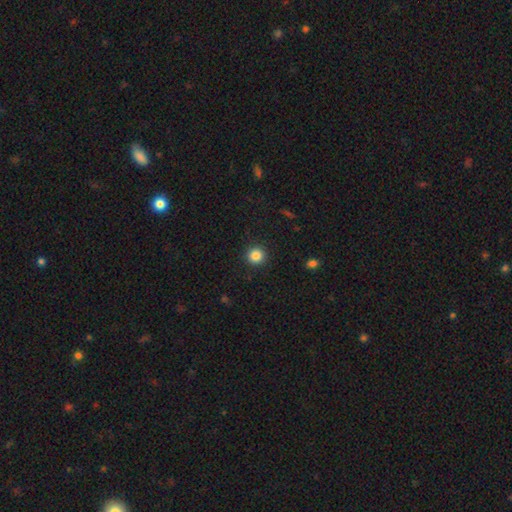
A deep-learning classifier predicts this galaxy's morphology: A smooth galaxy with no disk features (85%) that is round (94%).

Vote fractions:
- Smooth or featured? smooth: 85% / star or artifact: 11% / featured or disk: 4%
- How rounded? round: 94% / in between: 5% / cigar-shaped: 1%
- Merging? none: 92% / minor disturbance: 5% / major disturbance: 2% / merger: 1%